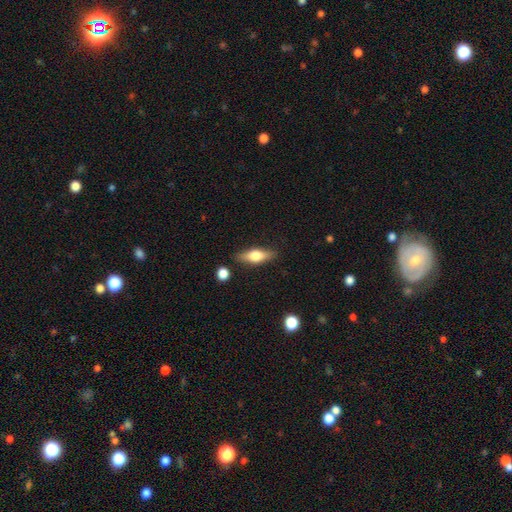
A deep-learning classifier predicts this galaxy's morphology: smooth 56%, featured or disk 37%, star or artifact 7%. Down the decision tree: how rounded — in between (60%); merging — none (83%).